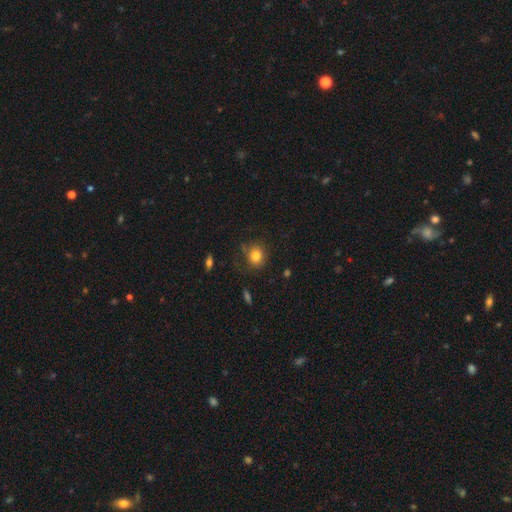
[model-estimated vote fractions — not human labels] smooth-or-featured: smooth: 82% | star or artifact: 11% | featured or disk: 8%
  how-rounded: round: 80% | in between: 19% | cigar-shaped: 1%
  merging: none: 75% | minor disturbance: 17% | major disturbance: 5% | merger: 2%